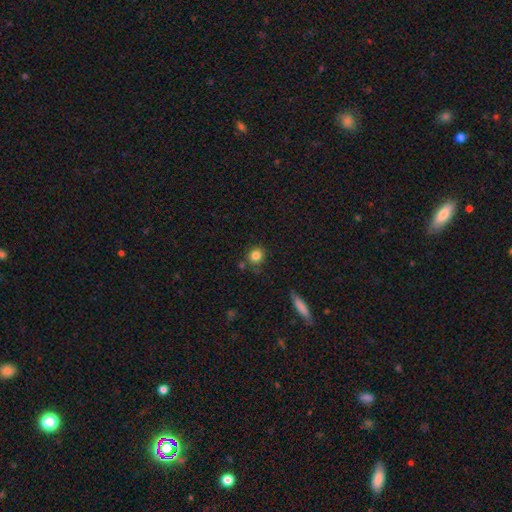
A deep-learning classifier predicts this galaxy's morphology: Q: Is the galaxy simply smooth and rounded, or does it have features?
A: smooth — 84%.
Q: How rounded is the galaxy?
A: round — 84%.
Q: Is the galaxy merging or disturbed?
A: none — 76%.